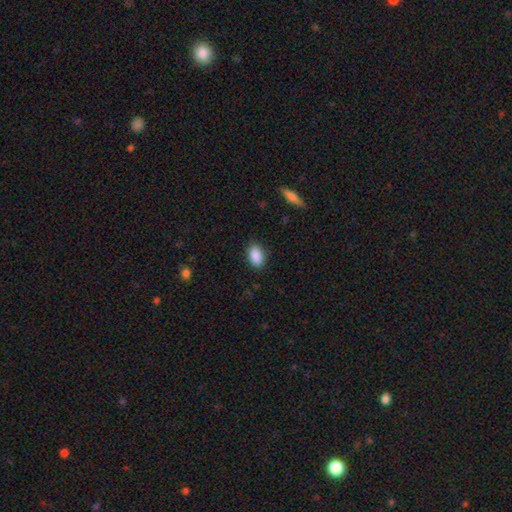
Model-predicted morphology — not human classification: Smooth or featured? Predicted: smooth (p=0.89). How rounded? Predicted: in between (p=0.90). Merging? Predicted: none (p=0.85).